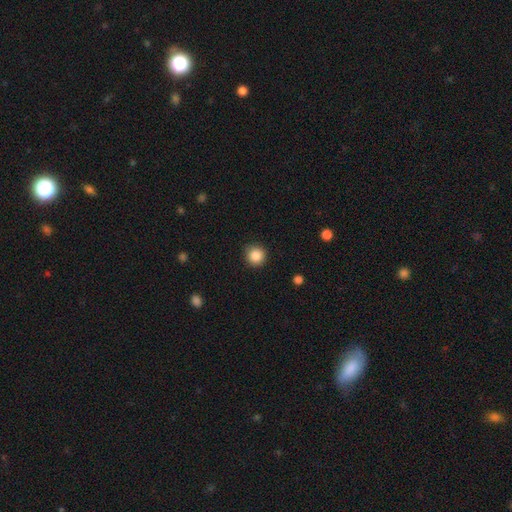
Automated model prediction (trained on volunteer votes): Smooth or featured?
  - smooth: 86% *
  - star or artifact: 10%
  - featured or disk: 4%
How rounded?
  - round: 94% *
  - in between: 5%
  - cigar-shaped: 1%
Merging?
  - none: 91% *
  - minor disturbance: 6%
  - major disturbance: 2%
  - merger: 1%